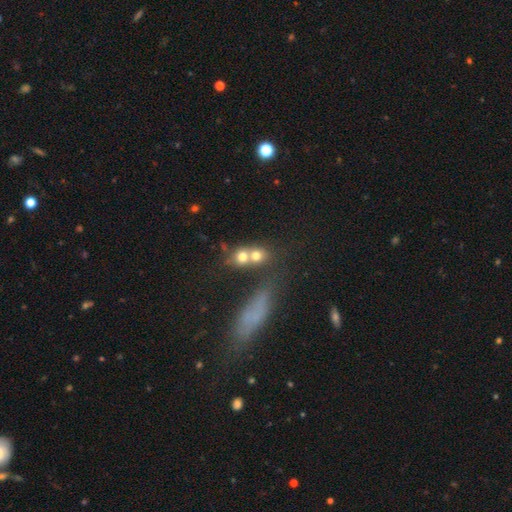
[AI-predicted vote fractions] Smooth or featured? Predicted: smooth (p=0.67). How rounded? Predicted: round (p=0.68). Merging? Predicted: merger (p=0.54).